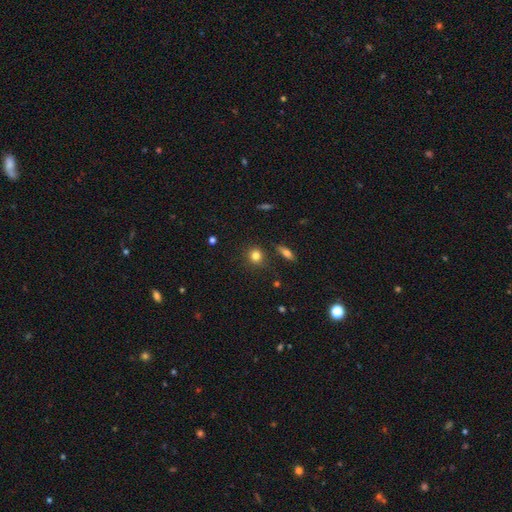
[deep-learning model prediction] The model was most divided on "how rounded": round: 83%, in between: 15%, cigar-shaped: 2%. More confident: merging — none (82%); smooth or featured — smooth (81%).